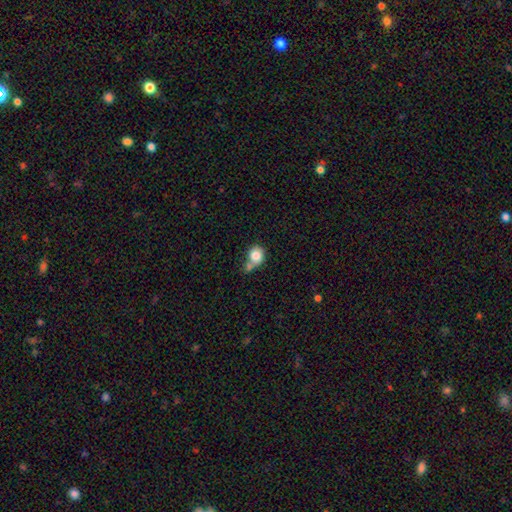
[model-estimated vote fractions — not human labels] Overall: smooth (82%). How rounded: round (77%). Merging: merger (41%; none 39%).